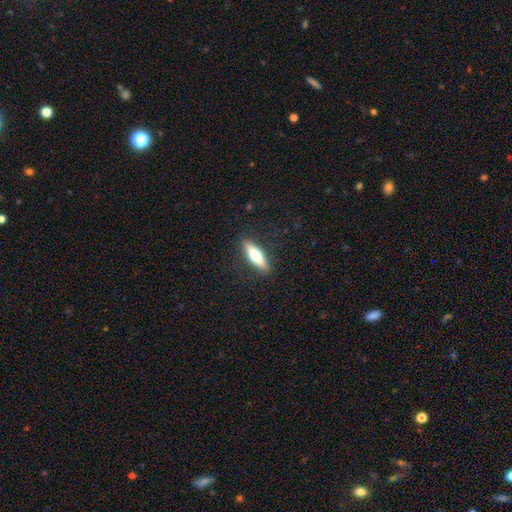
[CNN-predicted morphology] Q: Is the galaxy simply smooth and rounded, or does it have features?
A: smooth — 63%.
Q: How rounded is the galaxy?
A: cigar-shaped — 63%.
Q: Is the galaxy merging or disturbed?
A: none — 87%.